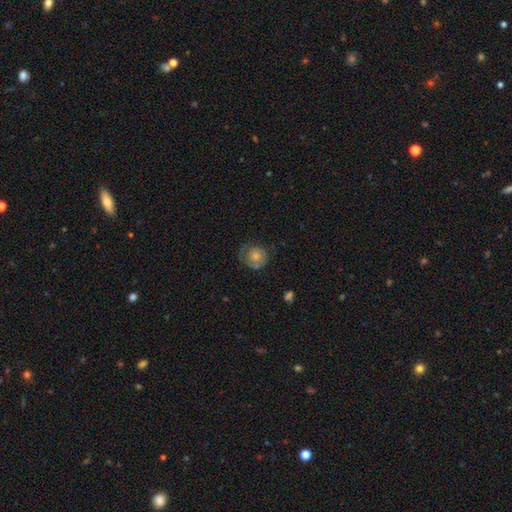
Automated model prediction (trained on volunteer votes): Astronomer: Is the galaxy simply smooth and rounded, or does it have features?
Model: smooth — 49% (runner-up: featured or disk, 39%).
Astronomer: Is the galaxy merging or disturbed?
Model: none — 65%.